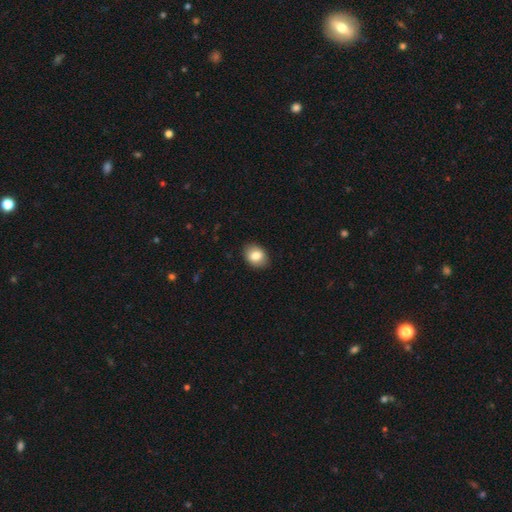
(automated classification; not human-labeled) smooth_or_featured: smooth (p=0.83) [alt: featured or disk p=0.09]
how_rounded: in between (p=0.66) [alt: round p=0.33]
merging: none (p=0.87) [alt: minor disturbance p=0.10]